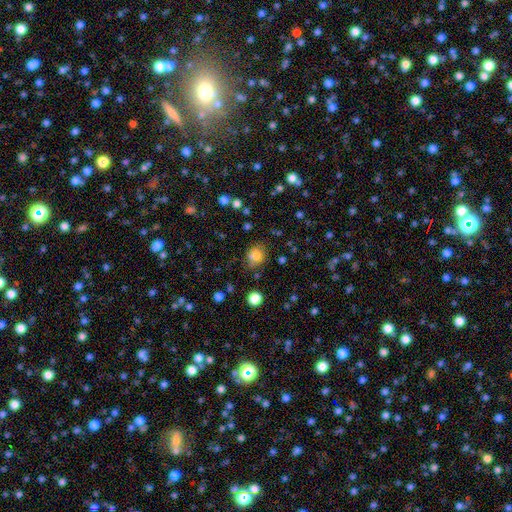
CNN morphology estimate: A smooth galaxy with no disk features (80%) that is round (67%). Merging: none (69%).